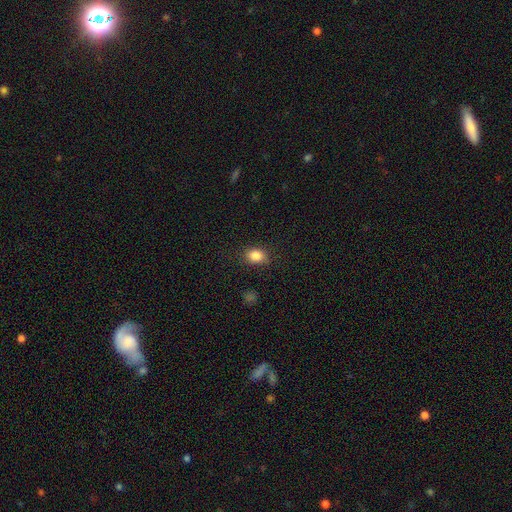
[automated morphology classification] smooth_or_featured: smooth (p=0.86) [alt: star or artifact p=0.10]
how_rounded: in between (p=0.64) [alt: round p=0.35]
merging: none (p=0.81) [alt: minor disturbance p=0.14]